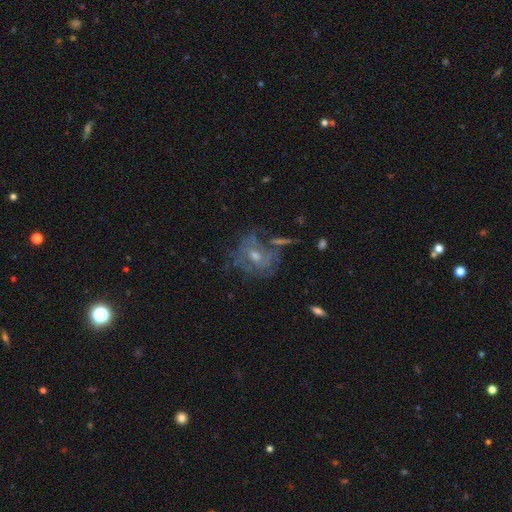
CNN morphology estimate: Smooth or featured?
  - featured or disk: 67% *
  - smooth: 21%
  - star or artifact: 12%
Edge-on disk?
  - no: 96% *
  - yes: 4%
Bar?
  - no: 61% *
  - weak: 33%
  - strong: 6%
Spiral arms?
  - yes: 62% *
  - no: 38%
Bulge size?
  - moderate: 58% *
  - small: 33%
  - large: 4%
  - none: 3%
  - dominant: 1%
Merging?
  - none: 52% *
  - minor disturbance: 21%
  - major disturbance: 18%
  - merger: 9%